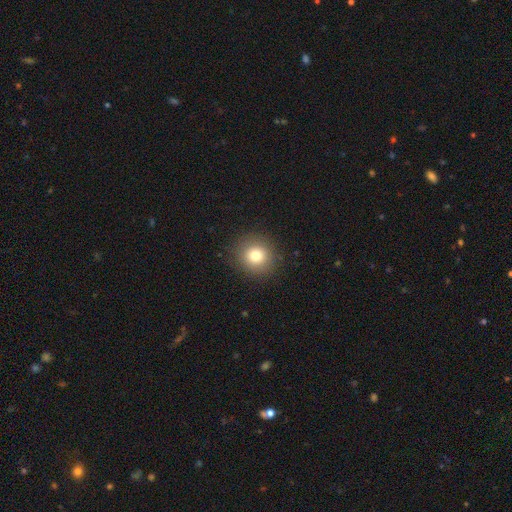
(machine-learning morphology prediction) Overall: smooth (78%). How rounded: round (91%). Merging: none (90%).